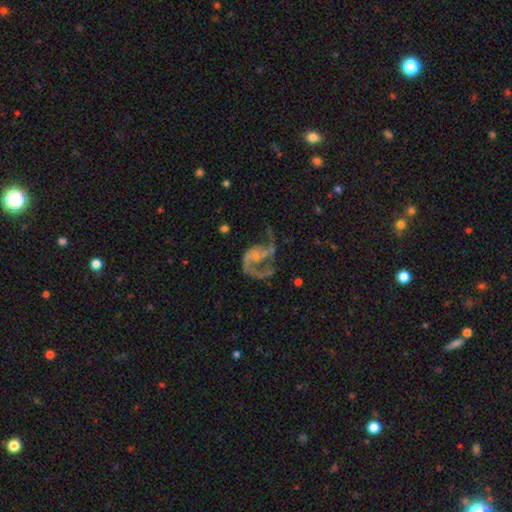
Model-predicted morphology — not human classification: Smooth or featured?
  - featured or disk: 85% *
  - star or artifact: 8%
  - smooth: 7%
Edge-on disk?
  - no: 98% *
  - yes: 2%
Bar?
  - no: 66% *
  - weak: 27%
  - strong: 8%
Spiral arms?
  - yes: 93% *
  - no: 7%
Spiral winding?
  - medium: 47% *
  - loose: 40%
  - tight: 13%
Spiral arm count?
  - 2: 68% *
  - 1: 22%
  - can't tell: 4%
  - 3: 3%
  - 4: 1%
  - more than 4: 1%
Bulge size?
  - small: 63% *
  - none: 17%
  - moderate: 17%
  - large: 2%
  - dominant: 1%
Merging?
  - none: 46% *
  - major disturbance: 33%
  - minor disturbance: 17%
  - merger: 4%